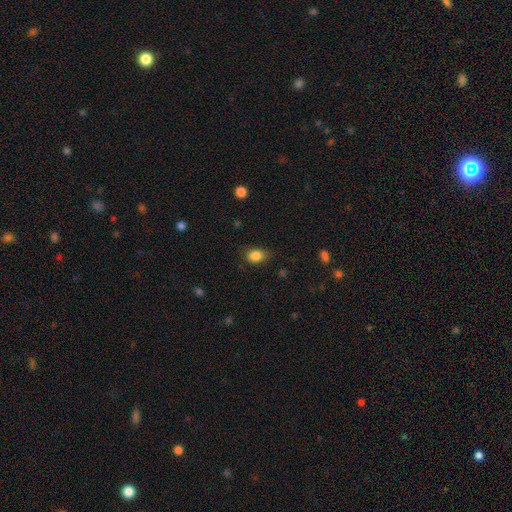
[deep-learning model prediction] A smooth galaxy with no disk features (85%) that is in between round and cigar-shaped (67%).

Vote fractions:
- Smooth or featured? smooth: 85% / star or artifact: 10% / featured or disk: 5%
- How rounded? in between: 67% / round: 32% / cigar-shaped: 1%
- Merging? none: 74% / minor disturbance: 20% / major disturbance: 5% / merger: 1%